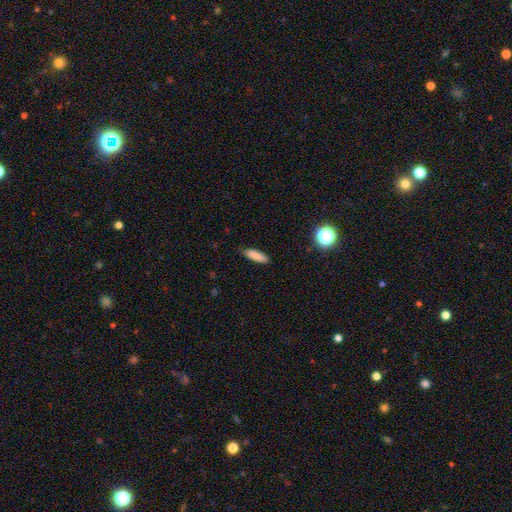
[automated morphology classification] Overall: smooth (86%). How rounded: cigar-shaped (54%; in between 44%). Merging: none (85%).